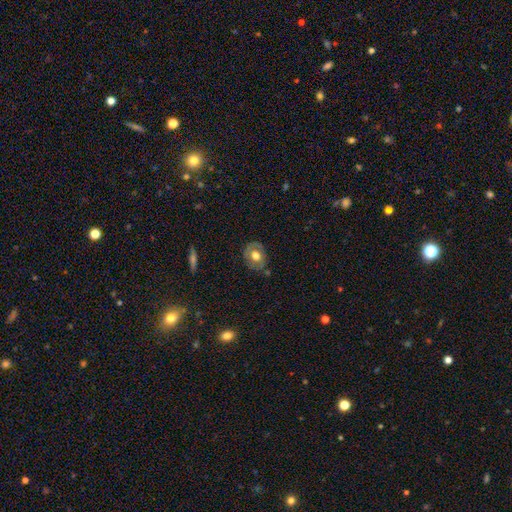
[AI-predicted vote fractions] smooth_or_featured: smooth (p=0.51) [alt: featured or disk p=0.42]
how_rounded: round (p=0.50) [alt: in between p=0.49]
merging: none (p=0.75) [alt: minor disturbance p=0.17]